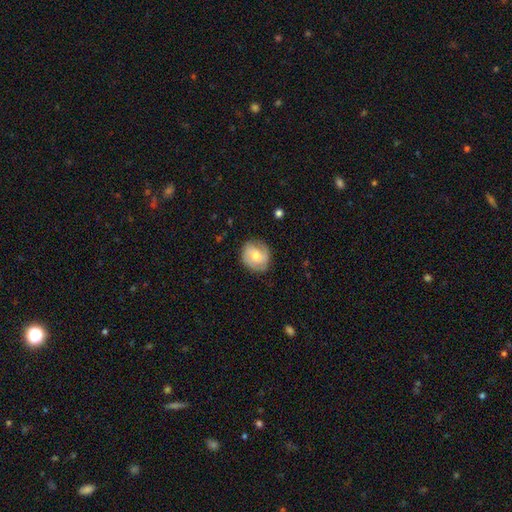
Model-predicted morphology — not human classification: Smooth or featured?
  - featured or disk: 55% *
  - smooth: 38%
  - star or artifact: 7%
Edge-on disk?
  - no: 97% *
  - yes: 3%
Bar?
  - no: 64% *
  - weak: 30%
  - strong: 7%
Spiral arms?
  - yes: 85% *
  - no: 15%
Bulge size?
  - moderate: 59% *
  - small: 34%
  - large: 4%
  - none: 2%
  - dominant: 1%
Merging?
  - none: 76% *
  - minor disturbance: 18%
  - major disturbance: 5%
  - merger: 1%